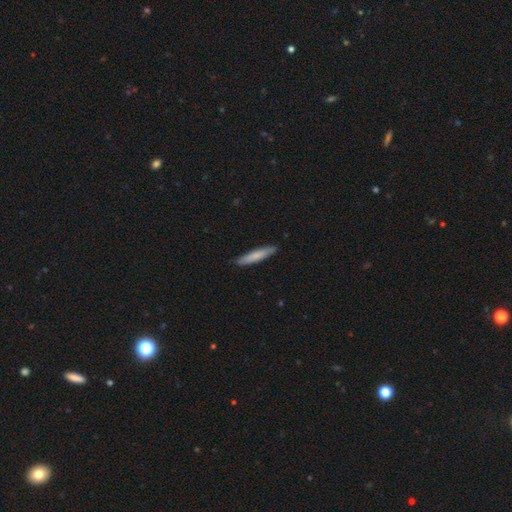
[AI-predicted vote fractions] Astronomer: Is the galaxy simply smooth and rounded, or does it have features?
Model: smooth — 75%.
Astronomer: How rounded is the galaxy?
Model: cigar-shaped — 91%.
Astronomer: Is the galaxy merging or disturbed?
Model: none — 88%.